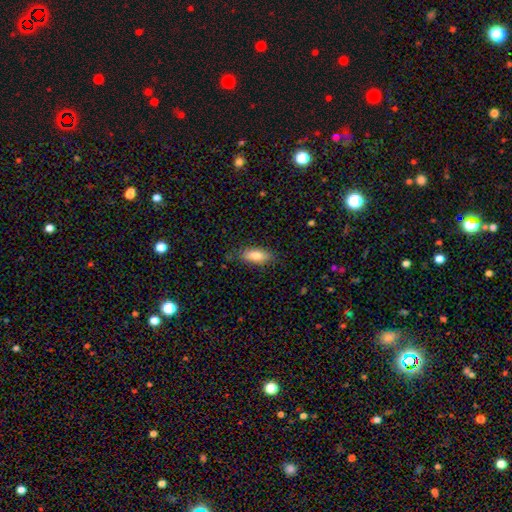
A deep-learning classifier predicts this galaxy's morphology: Smooth or featured? Predicted: smooth (p=0.81). How rounded? Predicted: in between (p=0.79). Merging? Predicted: none (p=0.81).